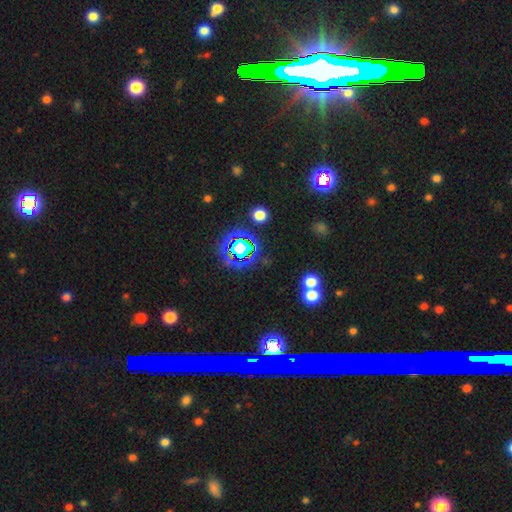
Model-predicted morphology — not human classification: A star or artifact, not a galaxy (68%).

Vote fractions:
- Smooth or featured? star or artifact: 68% / smooth: 18% / featured or disk: 14%